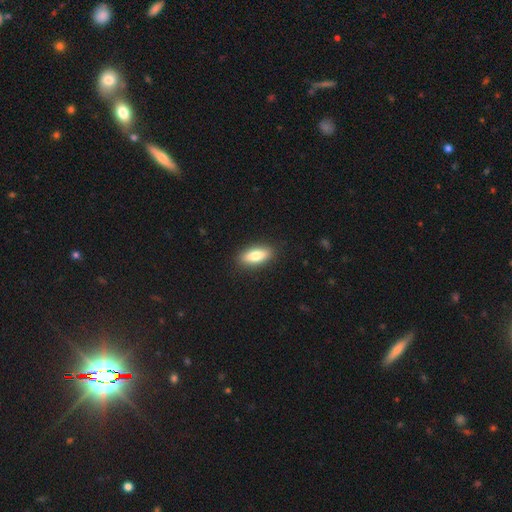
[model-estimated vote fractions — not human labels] Morphology: type=smooth (77%); roundness=in between (77%); merging=none (89%).